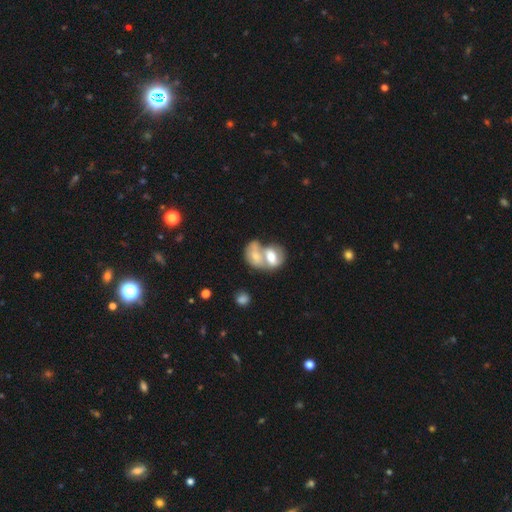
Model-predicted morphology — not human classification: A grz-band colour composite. It shows a smooth galaxy with no disk features (57%) that is in between round and cigar-shaped (74%). Merging: merger (76%).